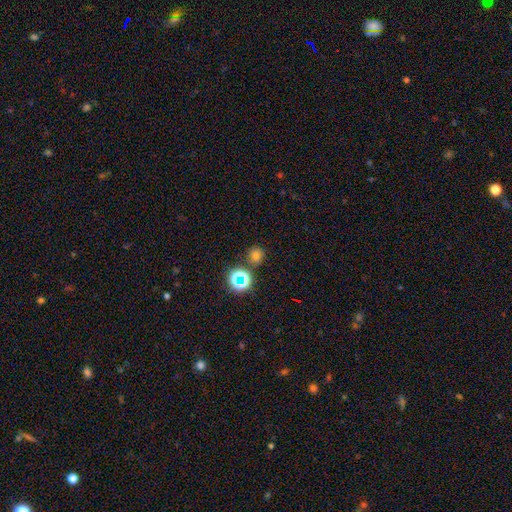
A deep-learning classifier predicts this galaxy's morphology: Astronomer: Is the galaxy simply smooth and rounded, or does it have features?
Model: smooth — 65%.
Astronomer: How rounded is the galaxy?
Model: round — 89%.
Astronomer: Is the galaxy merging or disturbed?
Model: none — 80%.